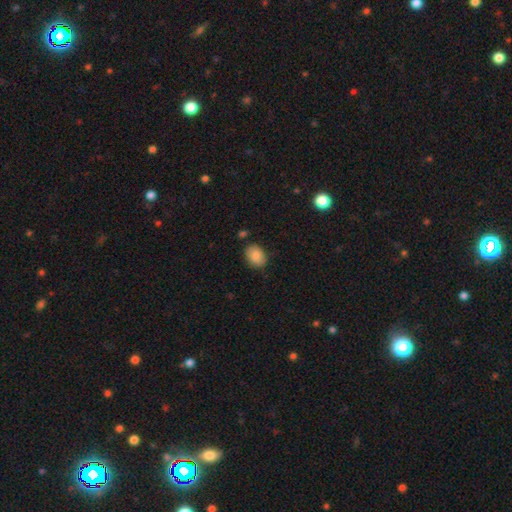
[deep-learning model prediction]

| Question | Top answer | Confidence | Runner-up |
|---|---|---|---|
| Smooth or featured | smooth | 87% | star or artifact (8%) |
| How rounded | in between | 66% | round (33%) |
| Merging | none | 82% | minor disturbance (13%) |